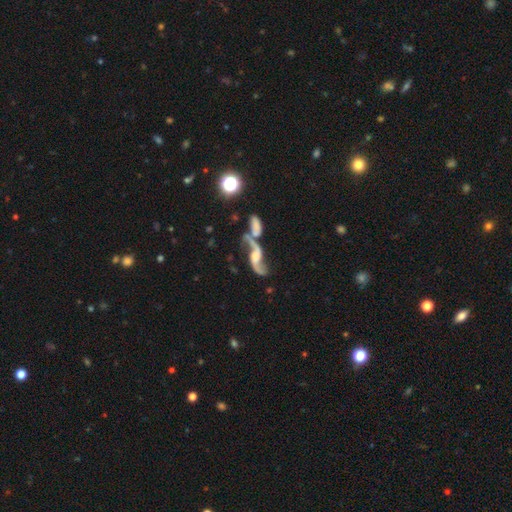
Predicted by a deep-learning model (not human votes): The model was most divided on "bulge size": moderate: 33%, small: 32%, none: 23%, large: 10%, dominant: 3%. Remaining: spiral arms — yes (92%); edge-on disk — no (90%); spiral arm count — 2 (89%); spiral winding — loose (82%); smooth or featured — featured or disk (81%); bar — no (52%); merging — merger (43%).